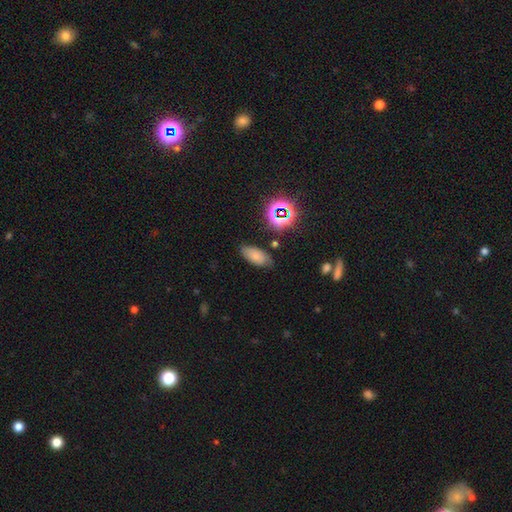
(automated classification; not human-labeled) A smooth galaxy with no disk features (67%) that is in between round and cigar-shaped (89%). Merging: none (74%).